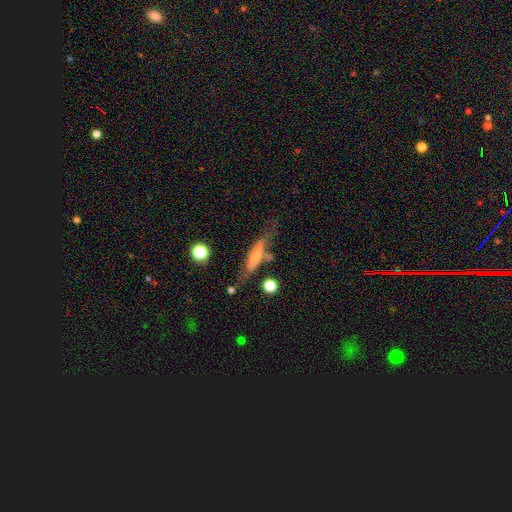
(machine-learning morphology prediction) A featured or disk galaxy (52%) viewed edge-on (81%).

Vote fractions:
- Smooth or featured? featured or disk: 52% / smooth: 41% / star or artifact: 8%
- Edge-on disk? yes: 81% / no: 19%
- Merging? none: 61% / minor disturbance: 21% / major disturbance: 9% / merger: 8%